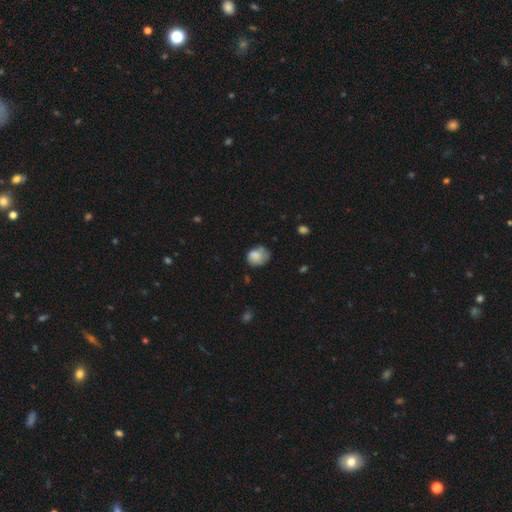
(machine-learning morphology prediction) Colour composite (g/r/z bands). It shows a smooth galaxy with no disk features (77%) that is round (58%). Merging: none (46%).